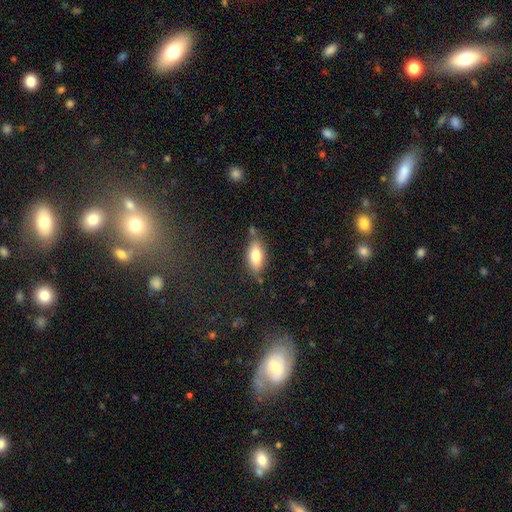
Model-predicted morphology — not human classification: type=smooth (80%); roundness=in between (85%); merging=none (72%).